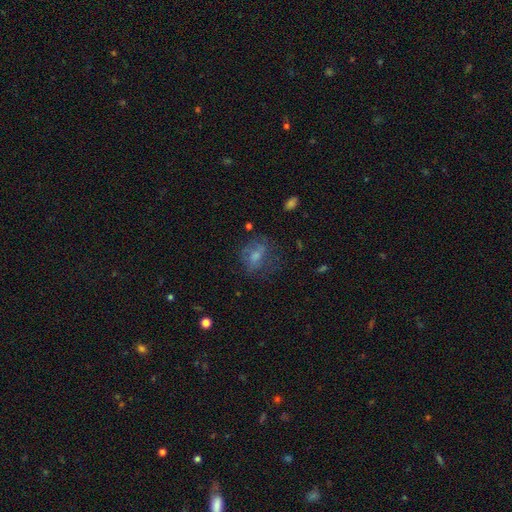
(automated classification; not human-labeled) This is possibly a smooth galaxy (55%). How rounded: likely in between (61%). Merging: possibly none (50%).